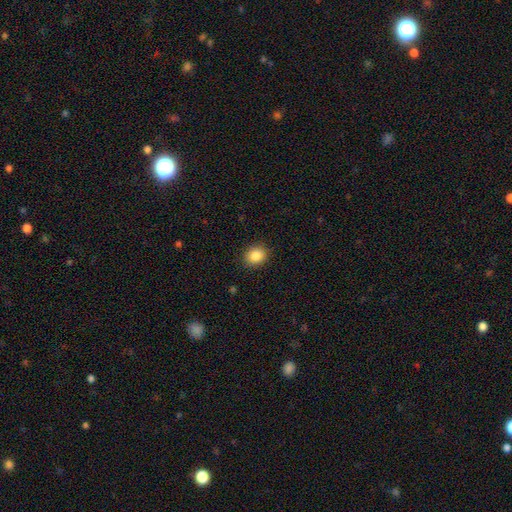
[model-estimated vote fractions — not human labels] Smooth or featured? smooth (86%)
How rounded? round (61%)
Merging? none (89%)